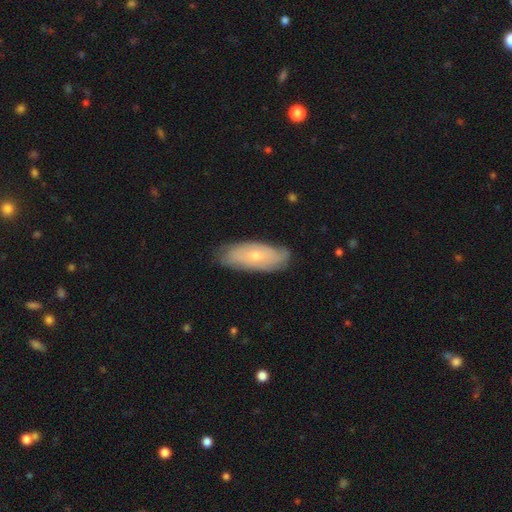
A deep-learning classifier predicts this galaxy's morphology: The model was most divided on "smooth or featured": featured or disk: 48%, smooth: 46%, star or artifact: 6%. More confident: merging — none (76%).